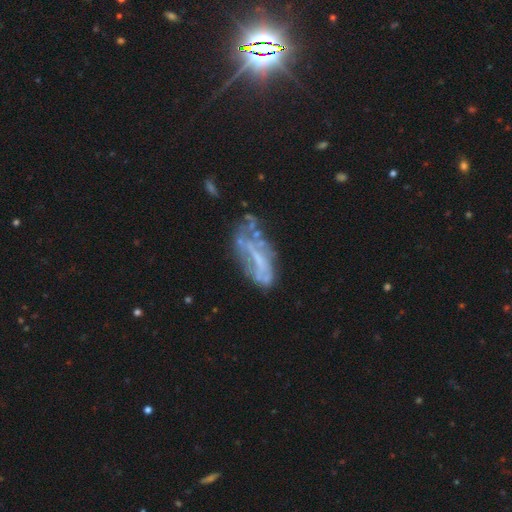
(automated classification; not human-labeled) Smooth or featured?
  - featured or disk: 59% *
  - star or artifact: 21%
  - smooth: 20%
Edge-on disk?
  - no: 83% *
  - yes: 17%
Merging?
  - none: 47% *
  - minor disturbance: 24%
  - major disturbance: 23%
  - merger: 6%